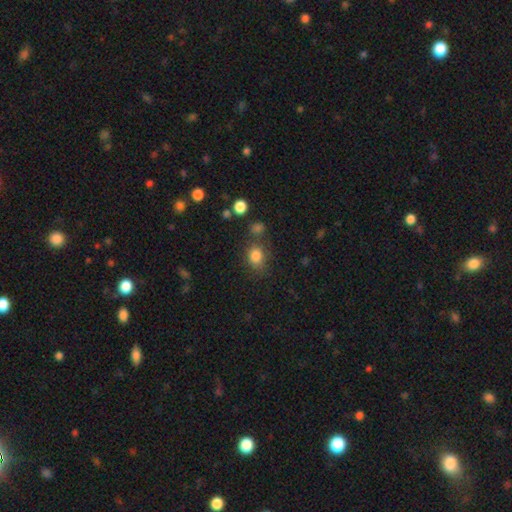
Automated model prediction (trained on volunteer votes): A smooth galaxy with no disk features (83%) that is round (50%). Merging: none (67%).